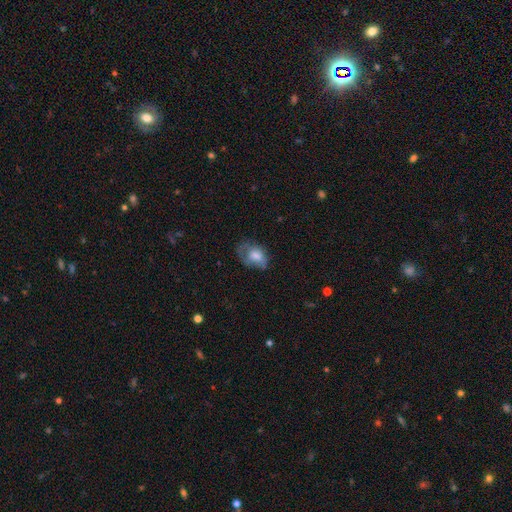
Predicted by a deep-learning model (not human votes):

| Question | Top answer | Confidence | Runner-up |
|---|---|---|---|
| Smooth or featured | smooth | 58% | featured or disk (33%) |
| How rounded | in between | 79% | round (19%) |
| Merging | none | 39% | minor disturbance (30%) |